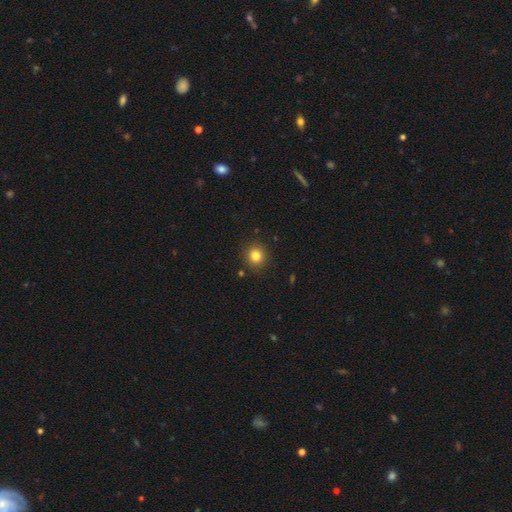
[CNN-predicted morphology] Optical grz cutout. It shows a smooth galaxy with no disk features (82%) that is round (92%). Merging: none (90%).